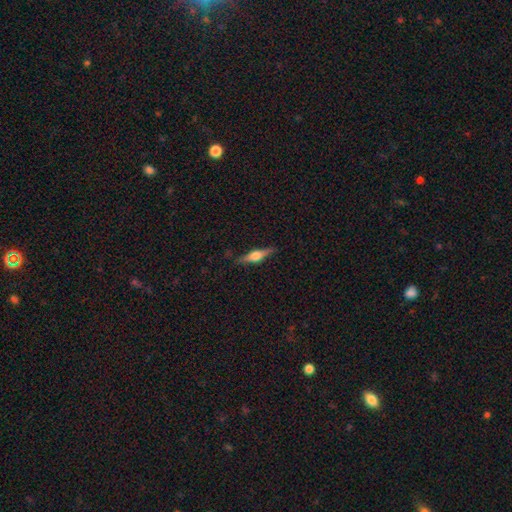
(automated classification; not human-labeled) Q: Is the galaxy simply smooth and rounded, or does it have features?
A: featured or disk — 71%.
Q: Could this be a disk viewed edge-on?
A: yes — 97%.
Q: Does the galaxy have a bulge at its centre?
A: rounded — 91%.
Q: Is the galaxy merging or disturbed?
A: none — 87%.